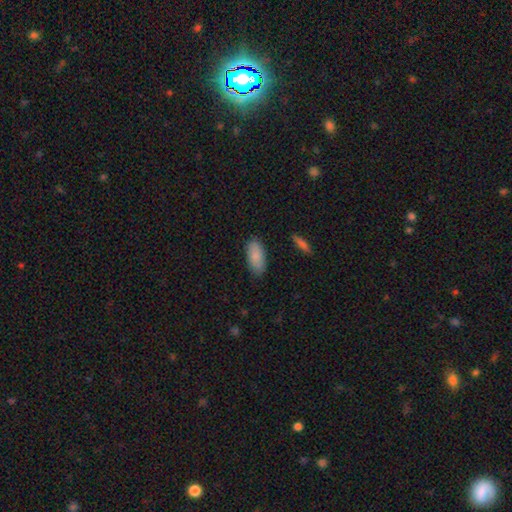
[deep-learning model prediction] A smooth galaxy with no disk features (87%) that is in between round and cigar-shaped (90%).

Vote fractions:
- Smooth or featured? smooth: 87% / featured or disk: 7% / star or artifact: 6%
- How rounded? in between: 90% / cigar-shaped: 8% / round: 2%
- Merging? none: 85% / minor disturbance: 11% / major disturbance: 2% / merger: 2%